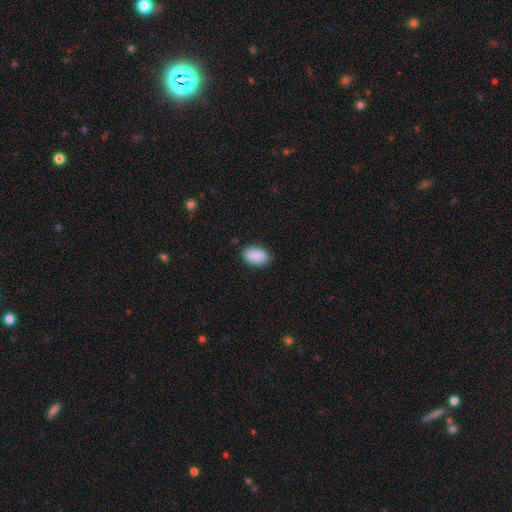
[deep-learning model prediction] smooth_or_featured: smooth (p=0.90) [alt: star or artifact p=0.07]
how_rounded: in between (p=0.91) [alt: round p=0.07]
merging: none (p=0.81) [alt: minor disturbance p=0.15]